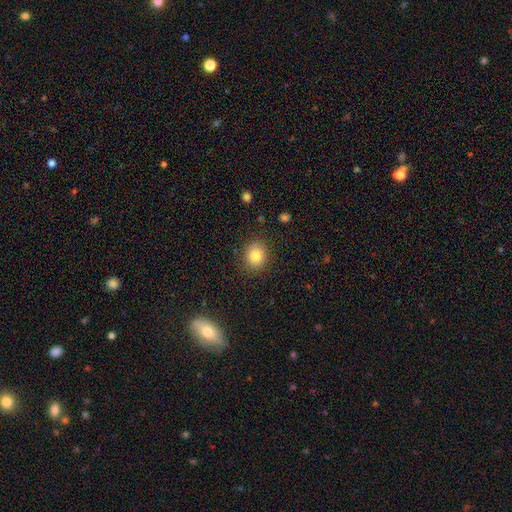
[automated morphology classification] type=smooth (82%); roundness=round (72%); merging=none (86%).